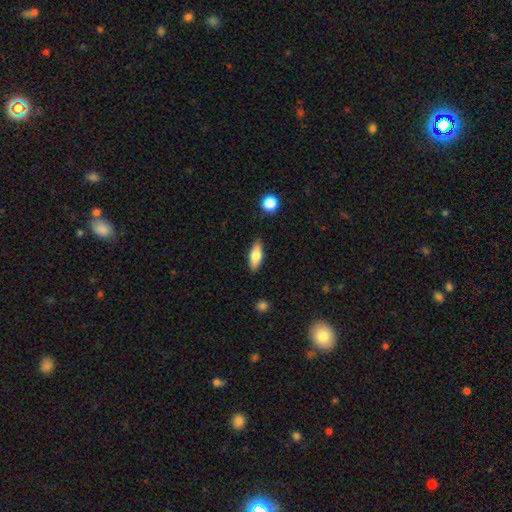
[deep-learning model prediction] smooth_or_featured: smooth (p=0.74) [alt: featured or disk p=0.19]
how_rounded: in between (p=0.68) [alt: cigar-shaped p=0.29]
merging: none (p=0.86) [alt: minor disturbance p=0.10]